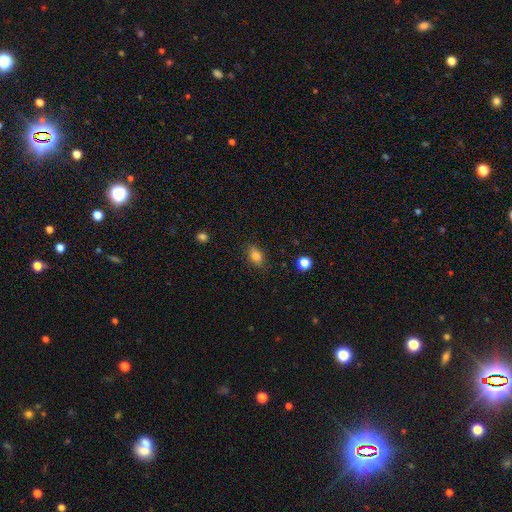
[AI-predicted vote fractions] Smooth or featured? smooth (78%)
How rounded? in between (78%)
Merging? none (78%)